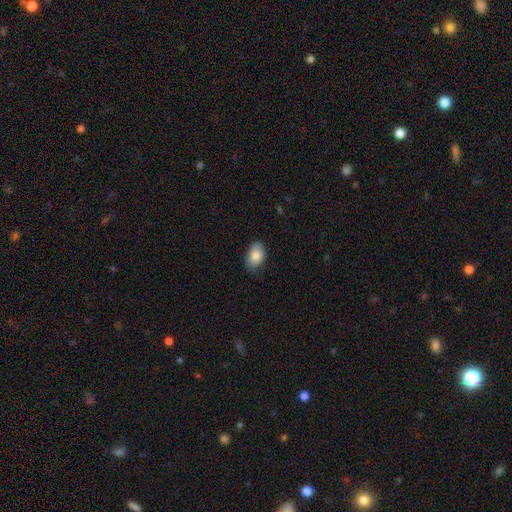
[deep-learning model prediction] A smooth galaxy with no disk features (82%) that is in between round and cigar-shaped (87%). Merging: none (77%).